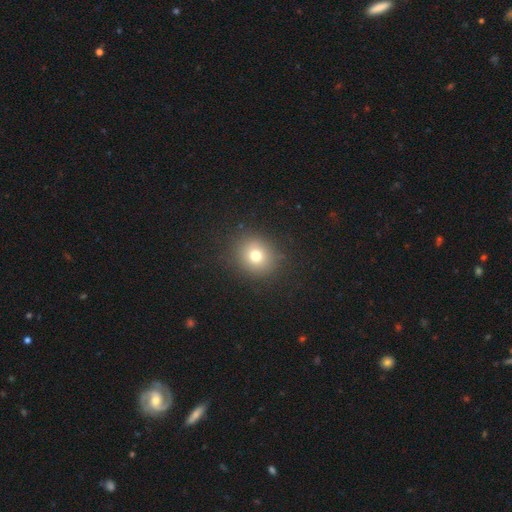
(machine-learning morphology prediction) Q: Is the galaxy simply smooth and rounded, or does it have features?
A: smooth — 74%.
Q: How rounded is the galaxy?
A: round — 80%.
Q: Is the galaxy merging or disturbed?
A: none — 87%.